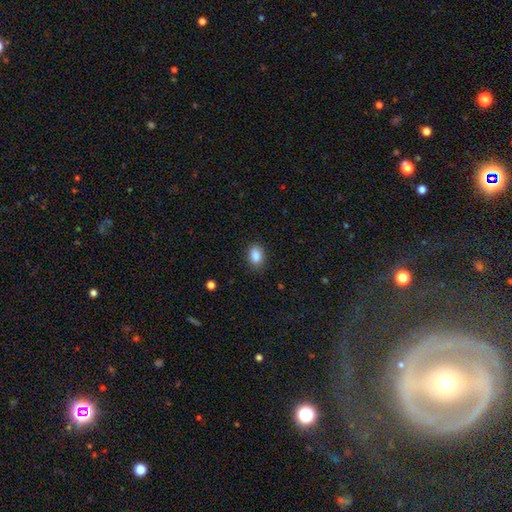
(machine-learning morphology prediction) A smooth galaxy with no disk features (88%) that is in between round and cigar-shaped (80%). Merging: none (84%).